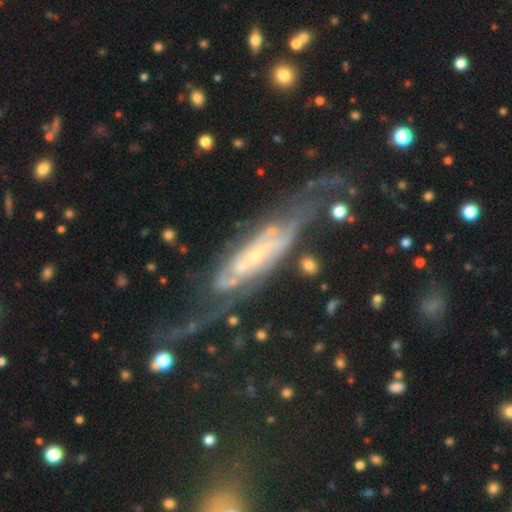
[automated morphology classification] The model was most divided on "spiral winding": medium: 39%, tight: 36%, loose: 24%. Remaining: spiral arms — yes (92%); smooth or featured — featured or disk (84%); edge-on disk — no (81%); bulge size — small (70%); spiral arm count — 2 (59%); merging — none (53%); bar — no (43%).